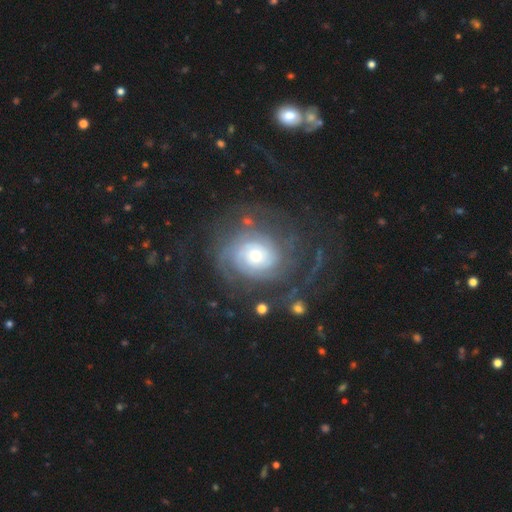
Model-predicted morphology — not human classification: Q: Smooth or featured?
A: featured or disk (84%); runner-up: smooth (9%)
Q: Edge-on disk?
A: no (97%); runner-up: yes (3%)
Q: Bar?
A: no (80%); runner-up: weak (15%)
Q: Spiral arms?
A: yes (94%); runner-up: no (6%)
Q: Spiral winding?
A: tight (69%); runner-up: medium (22%)
Q: Spiral arm count?
A: can't tell (36%); runner-up: 2 (19%)
Q: Bulge size?
A: small (45%); tied with: moderate (45%)
Q: Merging?
A: none (63%); runner-up: major disturbance (20%)